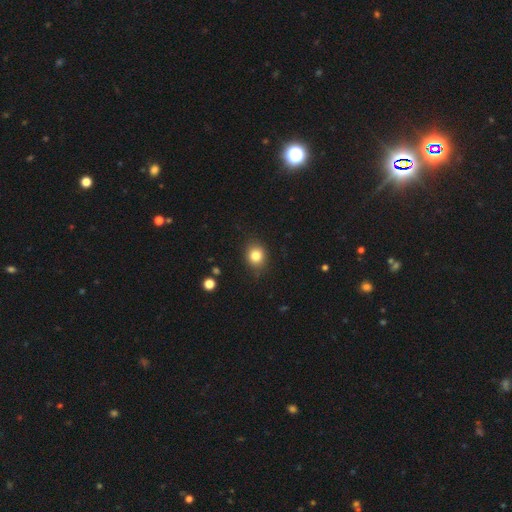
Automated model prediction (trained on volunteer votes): Morphology: type=smooth (82%); roundness=round (67%); merging=none (84%).